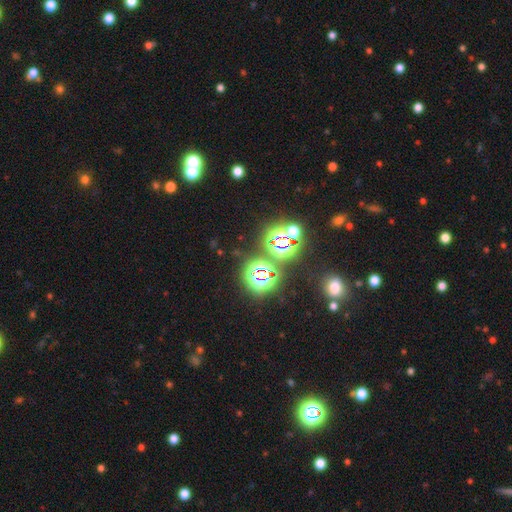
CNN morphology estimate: This appears to be a star or artifact, not a galaxy (77%).